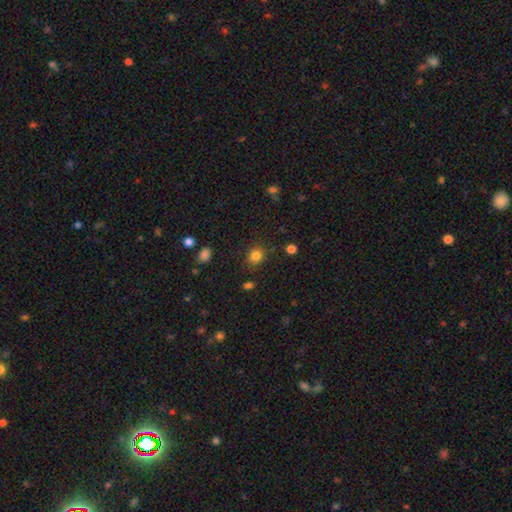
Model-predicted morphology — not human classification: The model was most divided on "how rounded": round: 73%, in between: 26%, cigar-shaped: 1%. More confident: smooth or featured — smooth (82%); merging — none (82%).